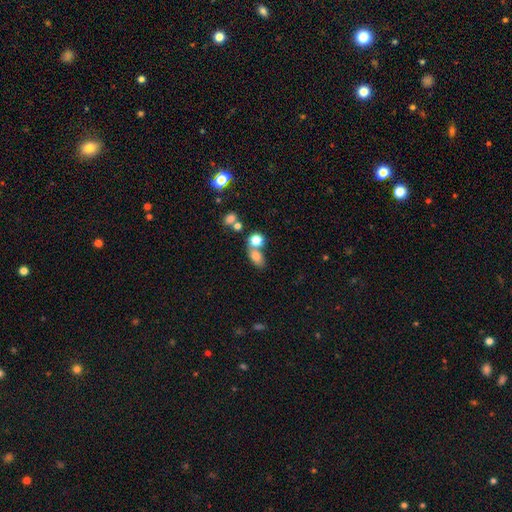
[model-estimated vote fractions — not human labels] The model was most divided on "merging": merger: 43%, none: 40%, minor disturbance: 11%, major disturbance: 6%. More confident: smooth or featured — smooth (75%); how rounded — in between (68%).